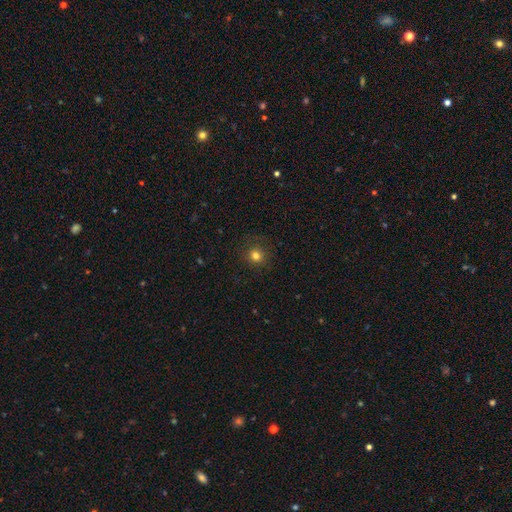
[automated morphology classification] Overall: smooth (79%). How rounded: round (91%). Merging: none (87%).